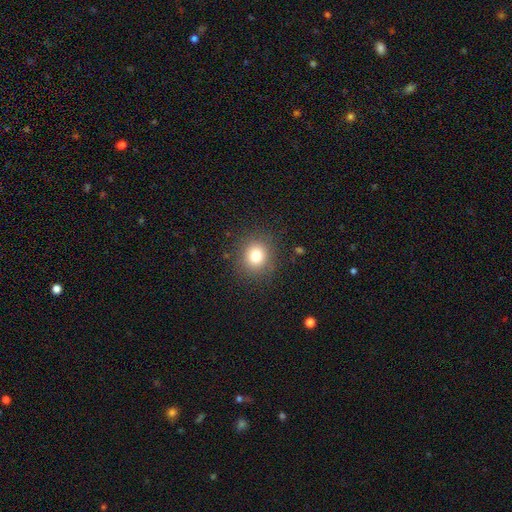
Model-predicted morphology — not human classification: A smooth galaxy with no disk features (79%) that is round (81%).

Vote fractions:
- Smooth or featured? smooth: 79% / star or artifact: 13% / featured or disk: 8%
- How rounded? round: 81% / in between: 18% / cigar-shaped: 1%
- Merging? none: 87% / minor disturbance: 8% / major disturbance: 3% / merger: 1%